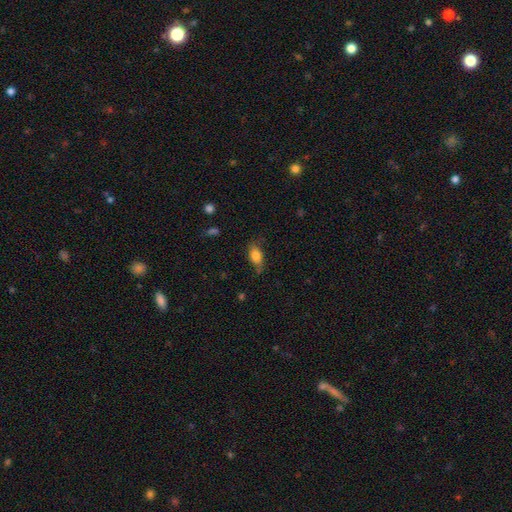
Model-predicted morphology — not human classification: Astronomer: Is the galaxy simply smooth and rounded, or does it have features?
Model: smooth — 76%.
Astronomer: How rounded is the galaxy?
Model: in between — 83%.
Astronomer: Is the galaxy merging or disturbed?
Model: none — 67%.